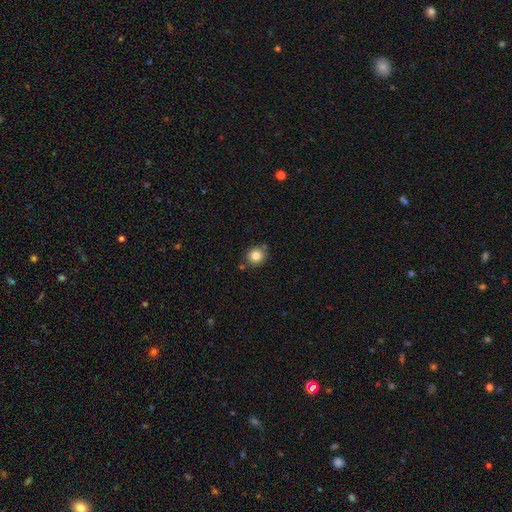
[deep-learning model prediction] smooth 83%, star or artifact 11%, featured or disk 7%. Down the decision tree: how rounded — round (89%); merging — none (80%).